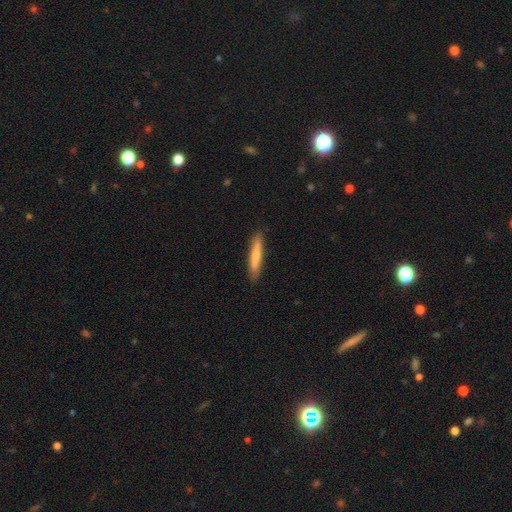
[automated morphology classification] smooth_or_featured: smooth (p=0.66) [alt: featured or disk p=0.29]
how_rounded: cigar-shaped (p=0.92) [alt: in between p=0.07]
merging: none (p=0.87) [alt: minor disturbance p=0.10]